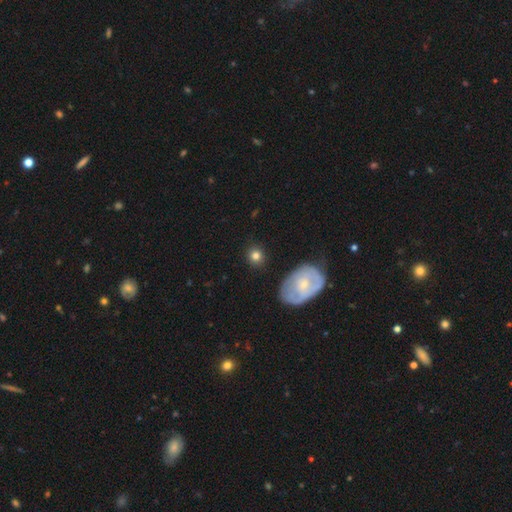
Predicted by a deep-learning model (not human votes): A smooth galaxy with no disk features (76%) that is round (85%). Merging: none (84%).